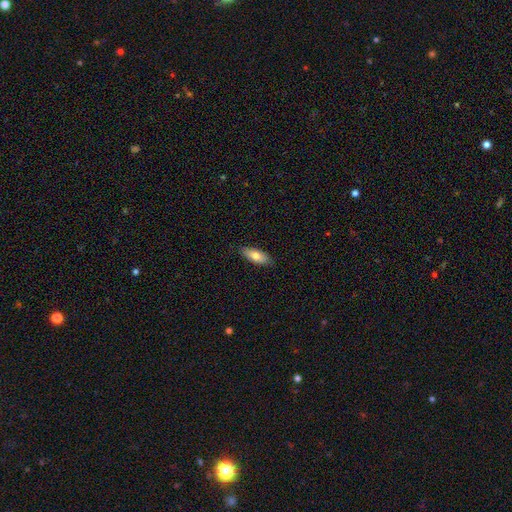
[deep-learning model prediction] smooth-or-featured: smooth: 75% | featured or disk: 18% | star or artifact: 6%
  how-rounded: in between: 73% | cigar-shaped: 24% | round: 2%
  merging: none: 86% | minor disturbance: 11% | major disturbance: 2% | merger: 1%